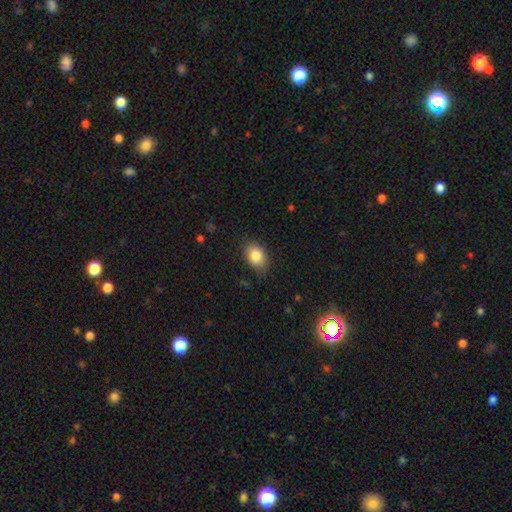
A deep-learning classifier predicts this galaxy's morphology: The model was most divided on "how rounded": in between: 78%, round: 21%, cigar-shaped: 1%. More confident: smooth or featured — smooth (85%); merging — none (78%).